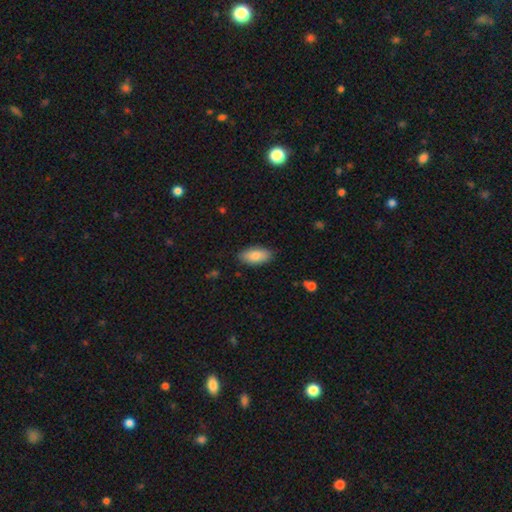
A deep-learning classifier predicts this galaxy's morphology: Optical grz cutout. It shows a smooth galaxy with no disk features (85%) that is in between round and cigar-shaped (90%). Merging: none (86%).